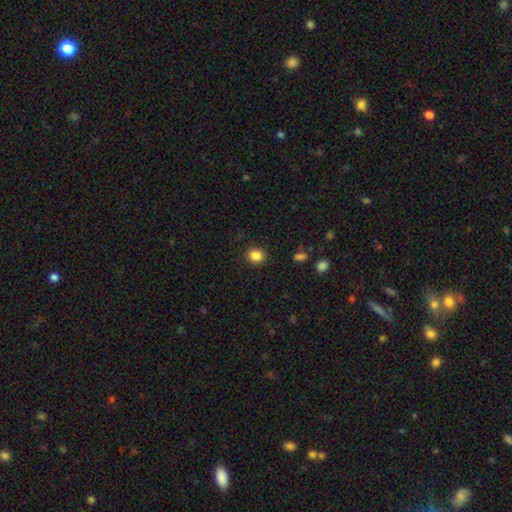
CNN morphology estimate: A smooth galaxy with no disk features (85%) that is round (79%). Merging: none (90%).